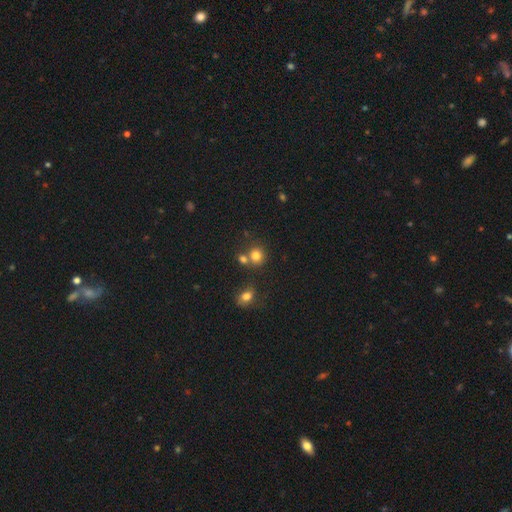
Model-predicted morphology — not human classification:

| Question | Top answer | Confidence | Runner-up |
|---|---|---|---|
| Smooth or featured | smooth | 78% | star or artifact (14%) |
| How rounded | round | 85% | in between (14%) |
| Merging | none | 62% | merger (26%) |